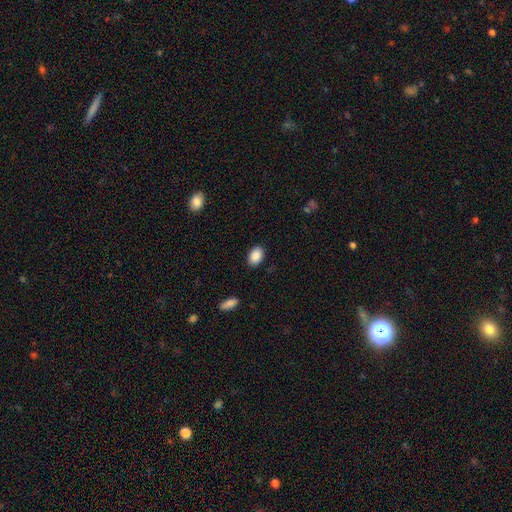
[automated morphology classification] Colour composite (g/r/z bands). It shows a smooth galaxy with no disk features (90%) that is in between round and cigar-shaped (84%). Merging: none (88%).